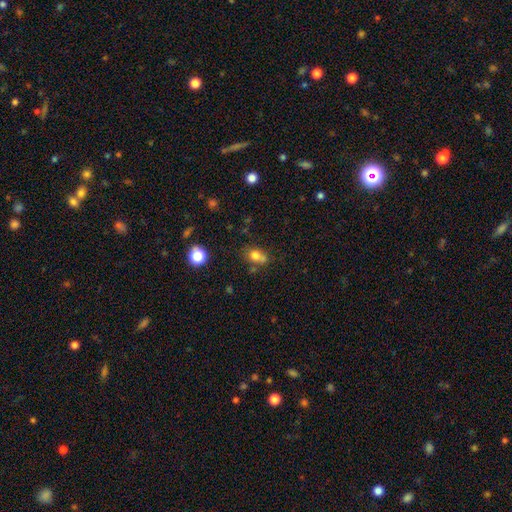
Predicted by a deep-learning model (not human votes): A smooth galaxy with no disk features (75%) that is in between round and cigar-shaped (58%).

Vote fractions:
- Smooth or featured? smooth: 75% / star or artifact: 14% / featured or disk: 11%
- How rounded? in between: 58% / round: 40% / cigar-shaped: 2%
- Merging? none: 48% / merger: 27% / minor disturbance: 18% / major disturbance: 7%